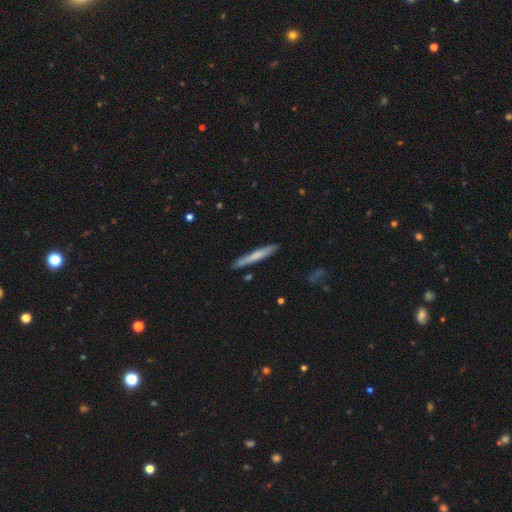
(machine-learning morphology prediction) Smooth or featured: smooth — 64% (featured or disk — 31%)
How rounded: cigar-shaped — 96% (in between — 3%)
Merging: none — 88% (minor disturbance — 9%)